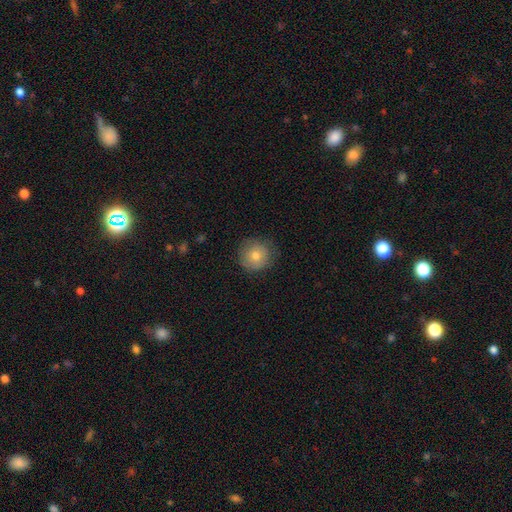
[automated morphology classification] smooth_or_featured: smooth (p=0.73) [alt: featured or disk p=0.17]
how_rounded: round (p=0.93) [alt: in between p=0.06]
merging: none (p=0.82) [alt: minor disturbance p=0.14]